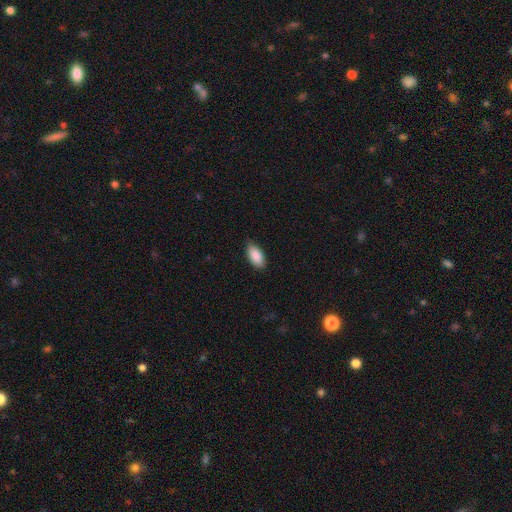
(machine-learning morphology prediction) Smooth or featured?
  - smooth: 89% *
  - star or artifact: 6%
  - featured or disk: 5%
How rounded?
  - in between: 92% *
  - cigar-shaped: 6%
  - round: 2%
Merging?
  - none: 82% *
  - minor disturbance: 15%
  - major disturbance: 2%
  - merger: 1%